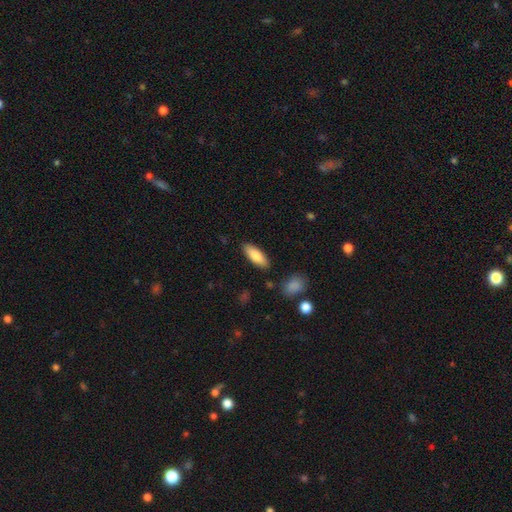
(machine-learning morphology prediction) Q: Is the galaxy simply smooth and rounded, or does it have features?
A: smooth — 84%.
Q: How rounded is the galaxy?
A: in between — 73%.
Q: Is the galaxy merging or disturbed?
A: none — 86%.